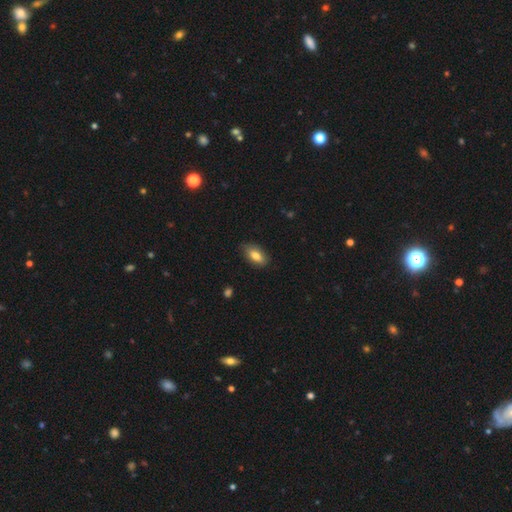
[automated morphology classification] Q: Smooth or featured?
A: smooth (80%); runner-up: featured or disk (13%)
Q: How rounded?
A: in between (88%); runner-up: cigar-shaped (8%)
Q: Merging?
A: none (81%); runner-up: minor disturbance (15%)